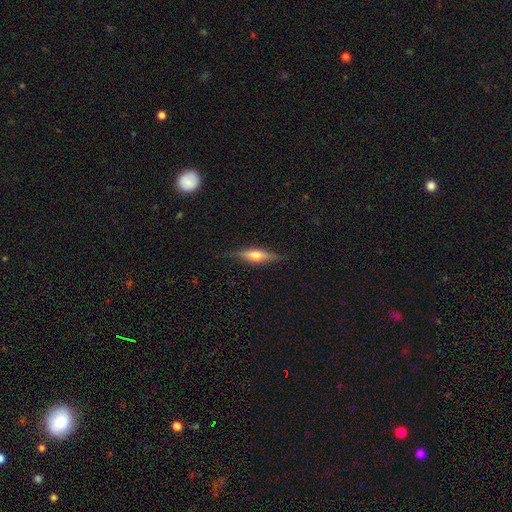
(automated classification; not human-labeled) Morphology: type=featured or disk (59%); edge-on=yes (94%); edge-on bulge=rounded (87%); merging=none (83%).